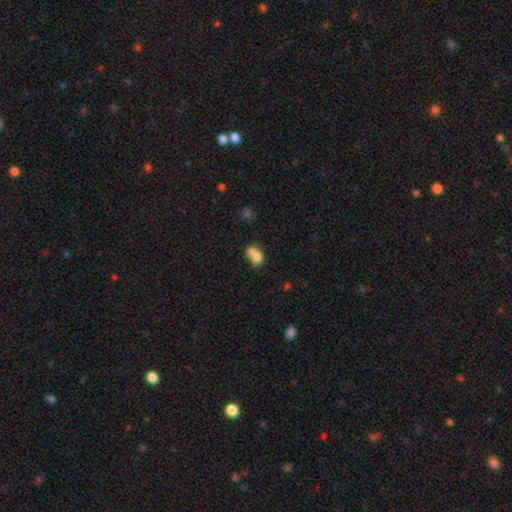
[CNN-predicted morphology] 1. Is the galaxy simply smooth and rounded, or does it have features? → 72% smooth, 18% featured or disk, 10% star or artifact.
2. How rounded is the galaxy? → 55% round, 44% in between, 1% cigar-shaped.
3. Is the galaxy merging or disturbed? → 68% merger, 22% none, 6% minor disturbance, 4% major disturbance.